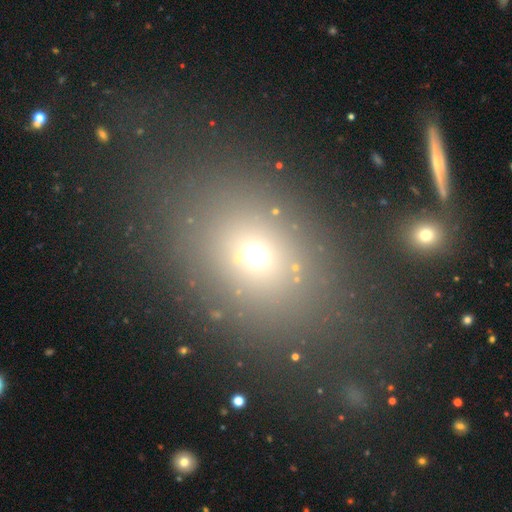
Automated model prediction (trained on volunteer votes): The model was most divided on "how rounded": in between: 50%, round: 49%, cigar-shaped: 2%. More confident: merging — none (73%); smooth or featured — smooth (63%).